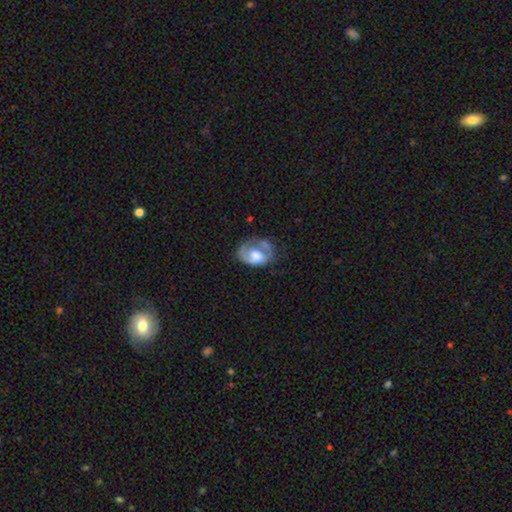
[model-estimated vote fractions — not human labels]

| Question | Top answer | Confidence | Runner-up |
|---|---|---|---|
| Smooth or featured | featured or disk | 58% | smooth (36%) |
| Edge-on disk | no | 96% | yes (4%) |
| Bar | no | 68% | weak (26%) |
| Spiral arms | yes | 60% | no (40%) |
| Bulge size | moderate | 43% | large (38%) |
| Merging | none | 42% | minor disturbance (28%) |